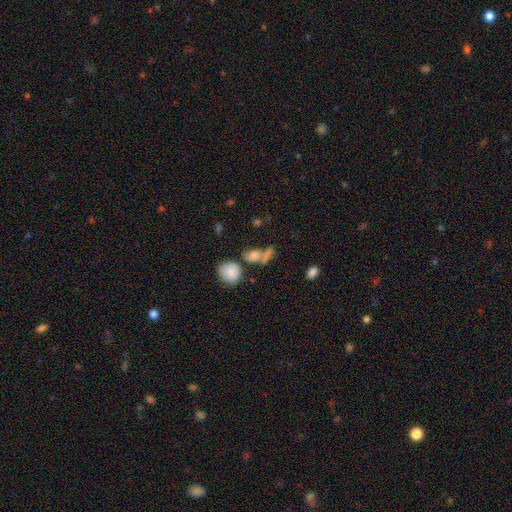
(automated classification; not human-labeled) Smooth or featured? Predicted: smooth (p=0.76). How rounded? Predicted: in between (p=0.58). Merging? Predicted: merger (p=0.42).